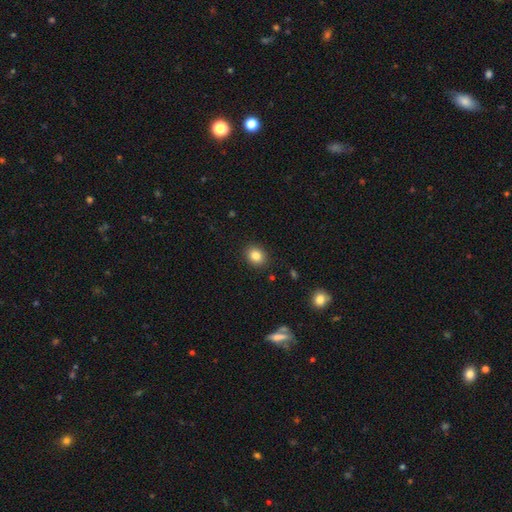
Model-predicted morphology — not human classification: smooth-or-featured: smooth: 84% | star or artifact: 10% | featured or disk: 6%
  how-rounded: round: 60% | in between: 39% | cigar-shaped: 1%
  merging: none: 90% | minor disturbance: 7% | major disturbance: 2% | merger: 1%